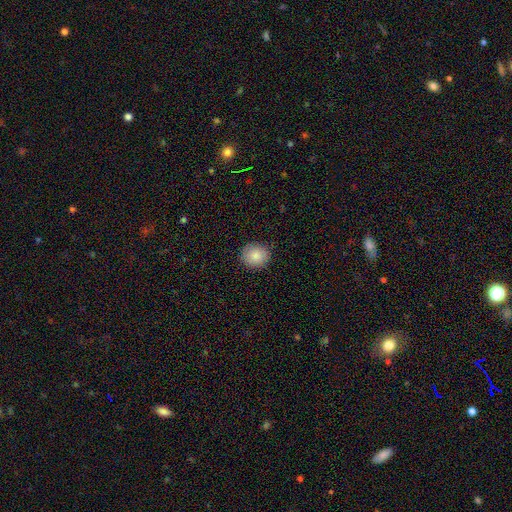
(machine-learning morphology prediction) The model was most divided on "how rounded": round: 81%, in between: 18%, cigar-shaped: 1%. More confident: merging — none (87%); smooth or featured — smooth (86%).